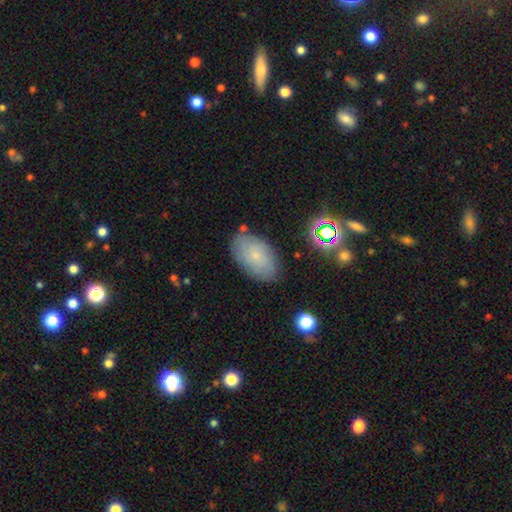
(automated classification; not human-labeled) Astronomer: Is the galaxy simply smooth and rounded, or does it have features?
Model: smooth — 61%.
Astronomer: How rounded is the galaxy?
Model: in between — 93%.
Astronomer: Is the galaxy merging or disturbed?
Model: none — 79%.